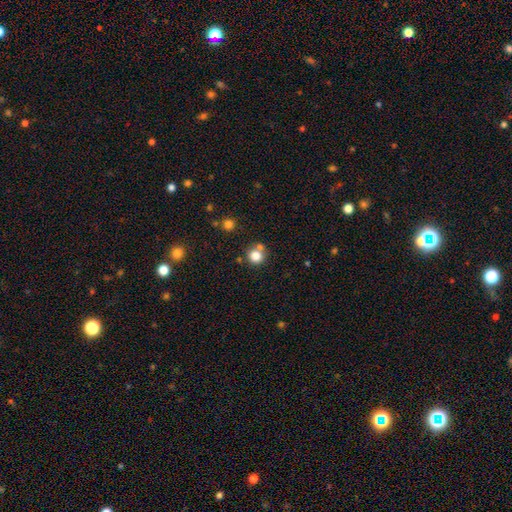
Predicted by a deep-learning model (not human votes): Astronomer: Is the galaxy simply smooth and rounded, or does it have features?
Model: smooth — 81%.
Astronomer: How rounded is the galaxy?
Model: round — 90%.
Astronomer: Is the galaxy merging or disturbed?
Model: none — 65%.